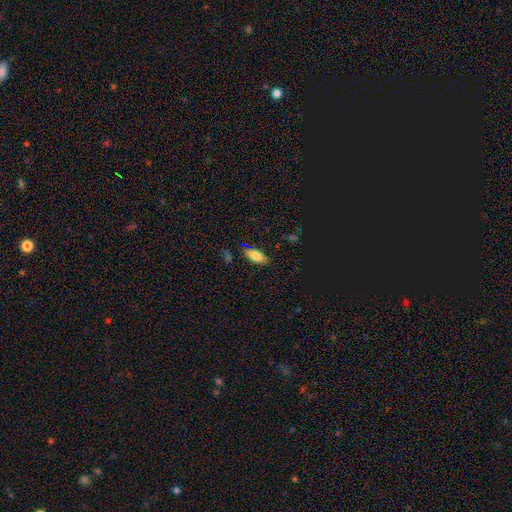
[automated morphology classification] Smooth or featured? smooth (78%)
How rounded? in between (86%)
Merging? none (81%)